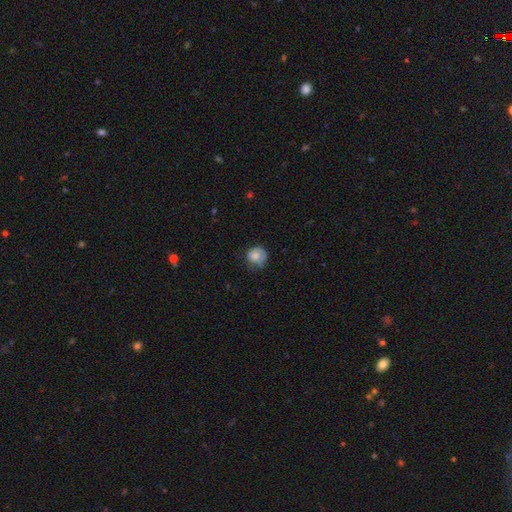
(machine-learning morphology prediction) Q: Smooth or featured?
A: smooth (77%); runner-up: featured or disk (15%)
Q: How rounded?
A: round (84%); runner-up: in between (15%)
Q: Merging?
A: none (56%); runner-up: minor disturbance (31%)